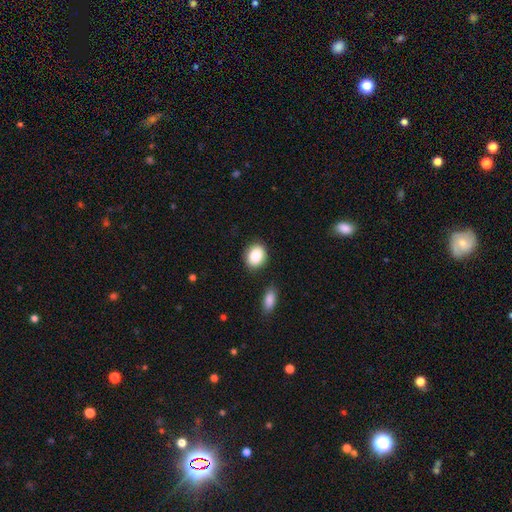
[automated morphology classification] Smooth or featured? smooth (87%)
How rounded? in between (55%)
Merging? none (85%)